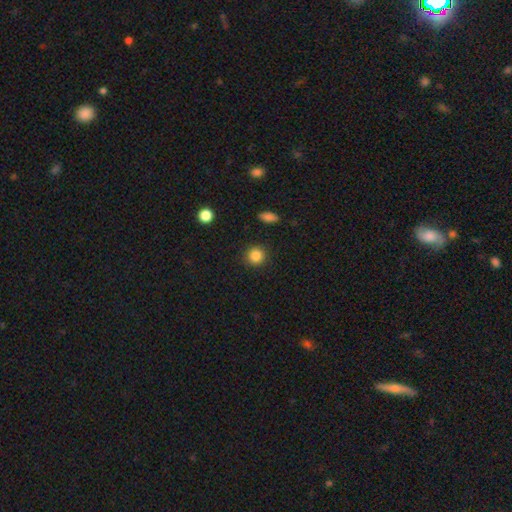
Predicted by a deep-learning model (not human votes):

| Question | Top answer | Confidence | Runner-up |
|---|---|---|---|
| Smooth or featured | smooth | 86% | star or artifact (10%) |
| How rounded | round | 92% | in between (7%) |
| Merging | none | 90% | minor disturbance (6%) |